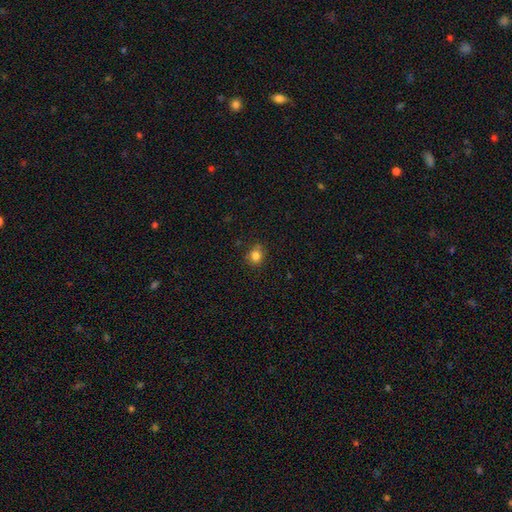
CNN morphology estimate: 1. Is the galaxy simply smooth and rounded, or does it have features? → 83% smooth, 12% star or artifact, 5% featured or disk.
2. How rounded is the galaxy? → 74% round, 25% in between, 1% cigar-shaped.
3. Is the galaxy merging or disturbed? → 78% none, 16% minor disturbance, 4% major disturbance, 2% merger.